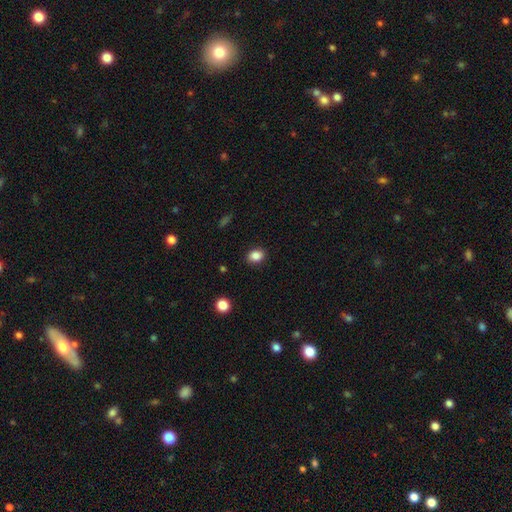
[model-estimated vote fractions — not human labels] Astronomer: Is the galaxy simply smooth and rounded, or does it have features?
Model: smooth — 85%.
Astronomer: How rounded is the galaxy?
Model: in between — 54% (runner-up: round, 45%).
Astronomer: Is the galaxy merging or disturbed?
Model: none — 88%.